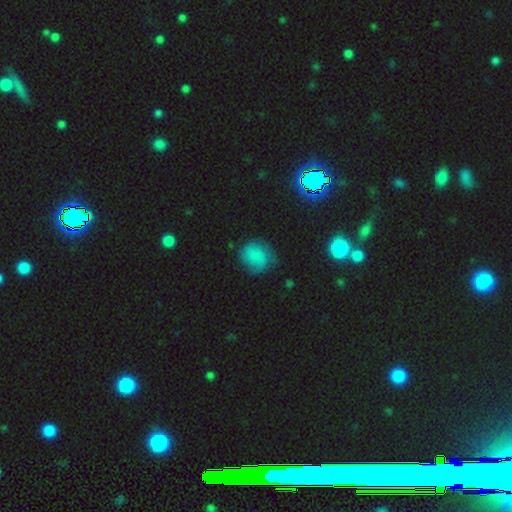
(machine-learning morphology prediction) Smooth or featured?
  - smooth: 63% *
  - featured or disk: 24%
  - star or artifact: 13%
How rounded?
  - round: 76% *
  - in between: 23%
  - cigar-shaped: 1%
Merging?
  - none: 59% *
  - minor disturbance: 28%
  - major disturbance: 11%
  - merger: 2%